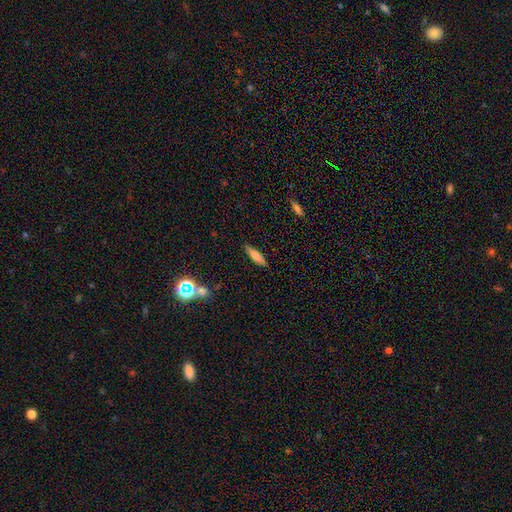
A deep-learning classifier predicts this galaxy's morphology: A smooth galaxy with no disk features (65%) that is cigar-shaped (60%). Merging: none (86%).